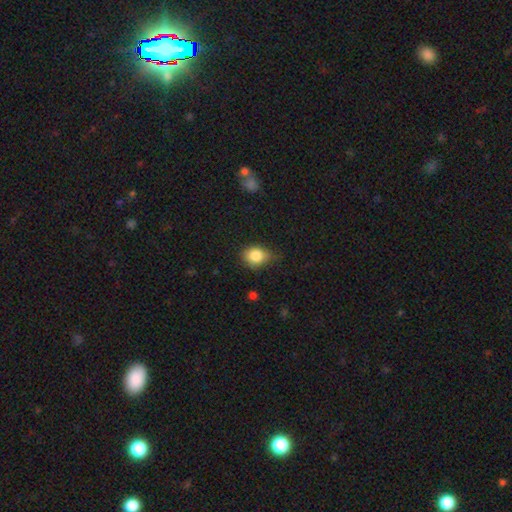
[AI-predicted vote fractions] A smooth galaxy with no disk features (83%) that is round (56%).

Vote fractions:
- Smooth or featured? smooth: 83% / star or artifact: 10% / featured or disk: 7%
- How rounded? round: 56% / in between: 43% / cigar-shaped: 1%
- Merging? none: 57% / minor disturbance: 34% / major disturbance: 7% / merger: 2%